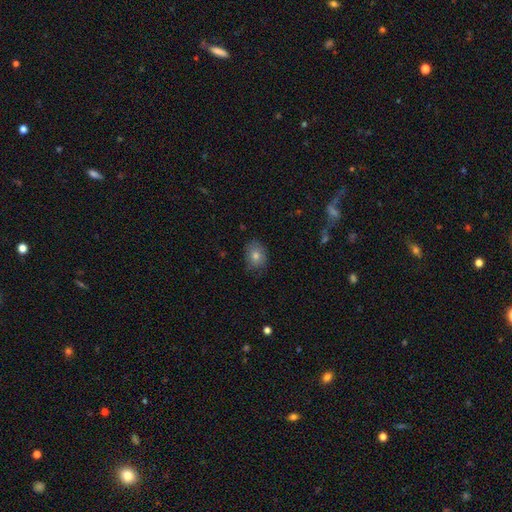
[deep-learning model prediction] A smooth galaxy with no disk features (70%) that is in between round and cigar-shaped (53%).

Vote fractions:
- Smooth or featured? smooth: 70% / featured or disk: 16% / star or artifact: 14%
- How rounded? in between: 53% / round: 46% / cigar-shaped: 1%
- Merging? none: 79% / minor disturbance: 16% / major disturbance: 4% / merger: 1%